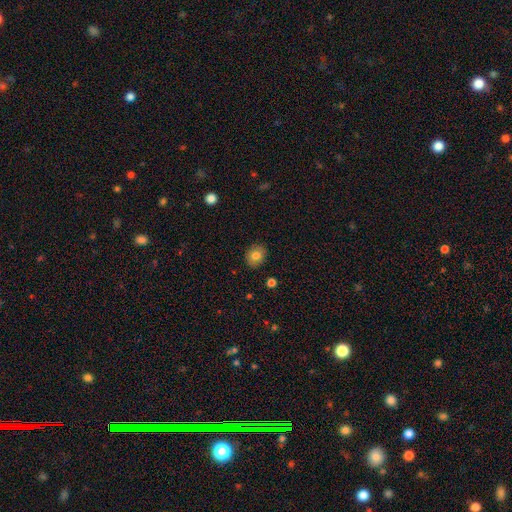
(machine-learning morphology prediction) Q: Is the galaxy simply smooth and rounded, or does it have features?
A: smooth — 80%.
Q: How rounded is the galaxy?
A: round — 56%.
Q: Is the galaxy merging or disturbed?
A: none — 88%.